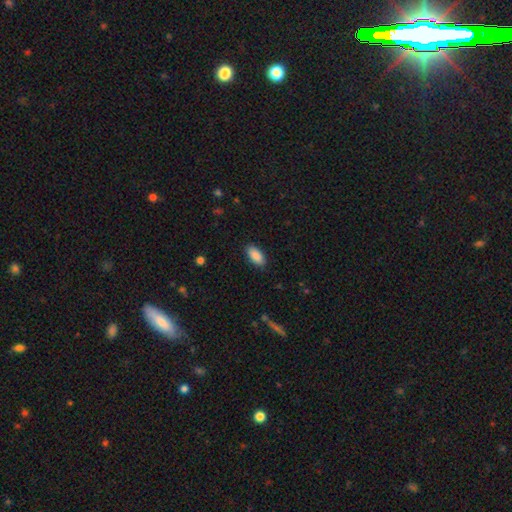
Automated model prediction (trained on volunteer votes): A smooth galaxy with no disk features (89%) that is in between round and cigar-shaped (92%). Merging: none (88%).